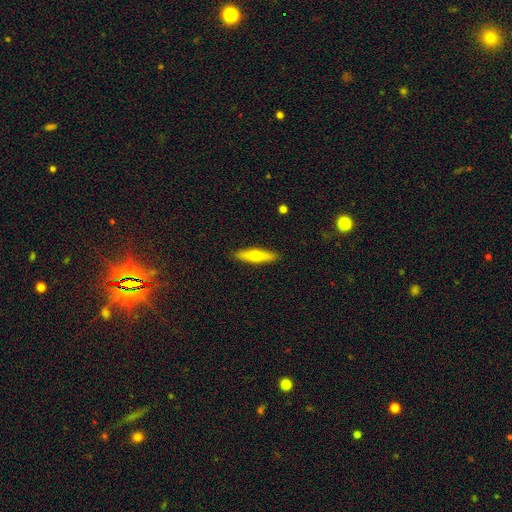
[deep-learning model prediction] smooth 53%, featured or disk 41%, star or artifact 6%. Down the decision tree: how rounded — cigar-shaped (75%); merging — none (91%).